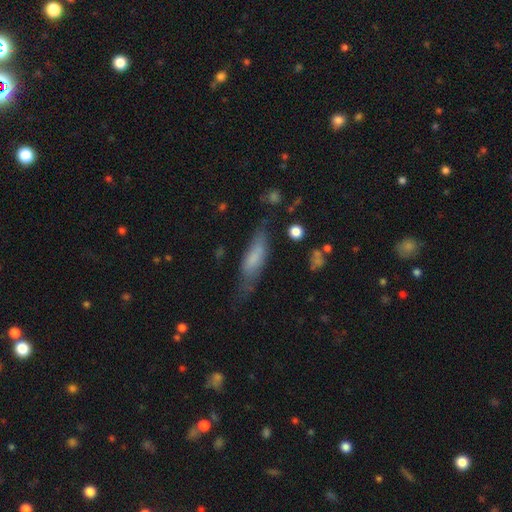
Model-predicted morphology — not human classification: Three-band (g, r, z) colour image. It shows a smooth galaxy with no disk features (66%) that is cigar-shaped (59%). Merging: none (57%).